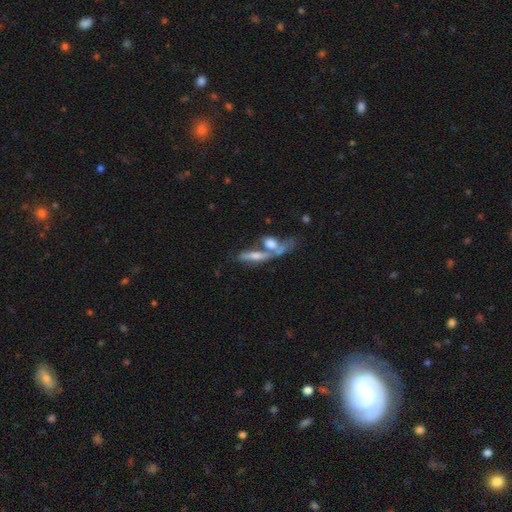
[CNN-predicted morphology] type=featured or disk (47%); merging=merger (50%).